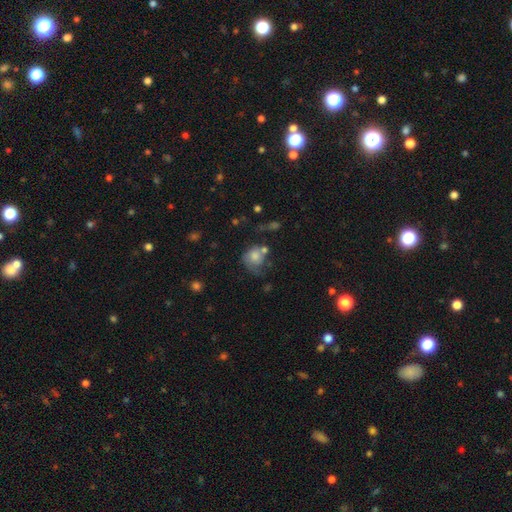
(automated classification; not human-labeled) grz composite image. It shows a smooth galaxy with no disk features (64%) that is round (67%). Merging: none (31%).